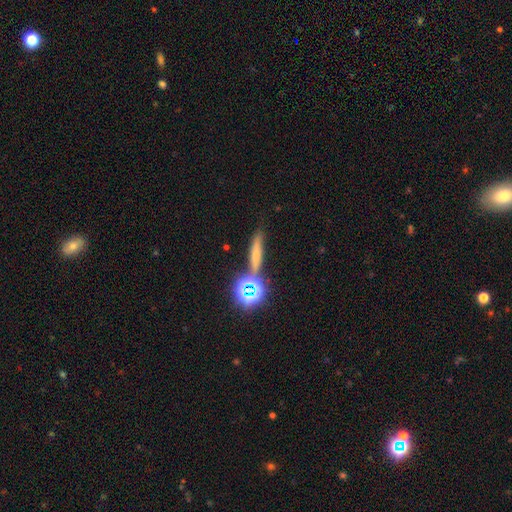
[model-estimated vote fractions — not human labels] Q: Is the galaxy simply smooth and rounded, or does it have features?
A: smooth — 40%.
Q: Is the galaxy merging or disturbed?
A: none — 74%.